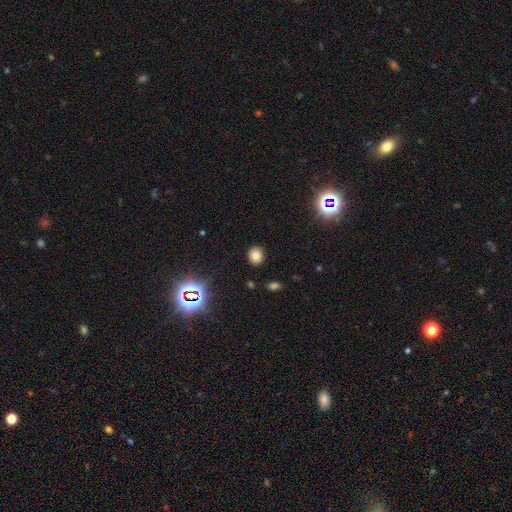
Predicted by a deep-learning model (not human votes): Q: Smooth or featured?
A: smooth (78%); runner-up: star or artifact (16%)
Q: How rounded?
A: round (62%); runner-up: in between (37%)
Q: Merging?
A: none (89%); runner-up: minor disturbance (7%)